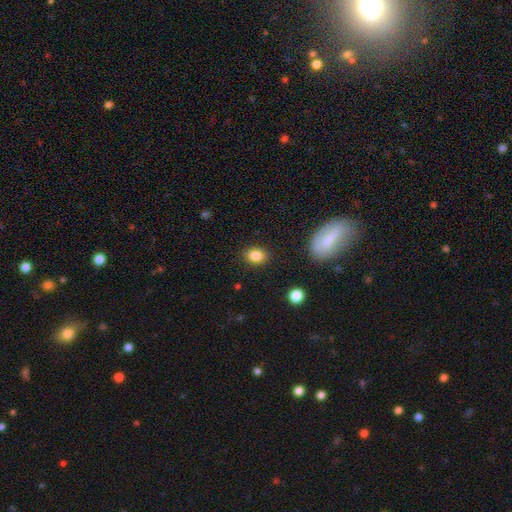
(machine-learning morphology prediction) Smooth or featured: smooth — 85% (star or artifact — 9%)
How rounded: in between — 59% (round — 40%)
Merging: none — 87% (minor disturbance — 9%)